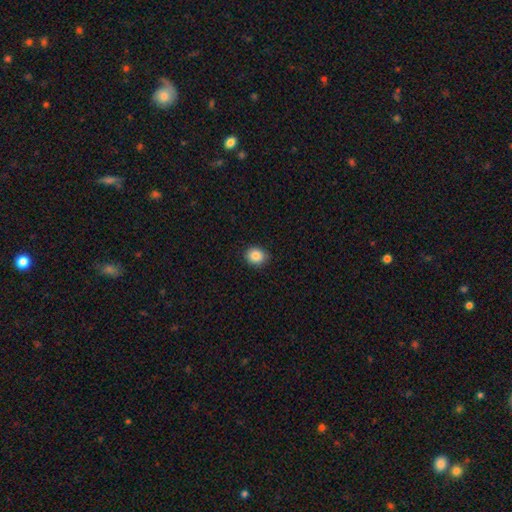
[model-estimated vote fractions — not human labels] Overall: smooth (87%). How rounded: round (76%). Merging: none (88%).